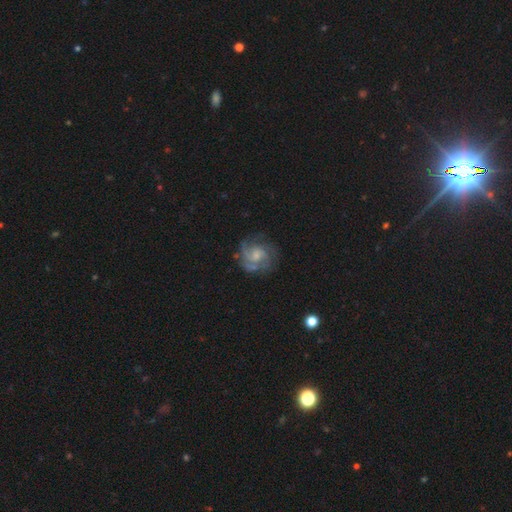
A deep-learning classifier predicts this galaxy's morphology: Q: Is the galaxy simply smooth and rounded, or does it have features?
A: featured or disk — 79%.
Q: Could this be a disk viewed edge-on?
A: no — 98%.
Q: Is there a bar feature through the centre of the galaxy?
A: no — 61%.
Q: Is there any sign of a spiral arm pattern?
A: yes — 92%.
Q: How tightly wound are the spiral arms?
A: tight — 45%.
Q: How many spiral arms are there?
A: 3 — 32%.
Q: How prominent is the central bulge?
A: moderate — 39%, tied with small.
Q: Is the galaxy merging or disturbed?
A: none — 68%.